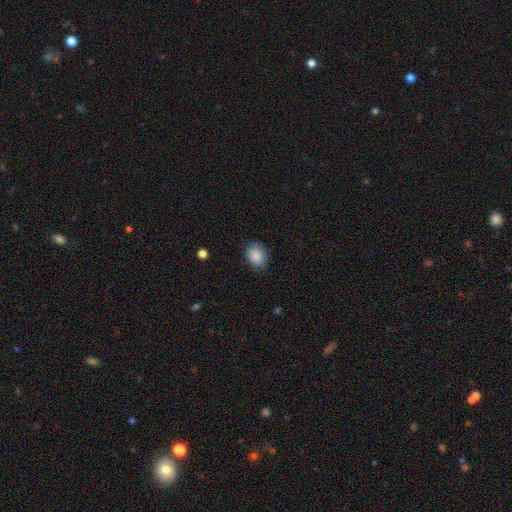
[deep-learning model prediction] The model was most divided on "how rounded": in between: 58%, round: 41%, cigar-shaped: 1%. More confident: smooth or featured — smooth (87%); merging — none (78%).